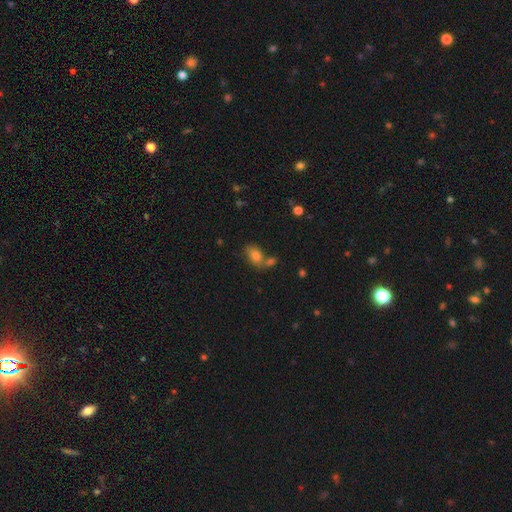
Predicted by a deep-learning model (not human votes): Morphology: type=smooth (79%); roundness=in between (85%); merging=none (52%).